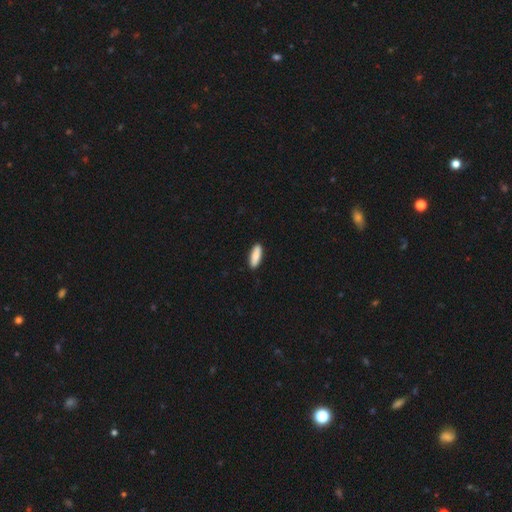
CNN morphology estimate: Smooth or featured?
  - smooth: 85% *
  - featured or disk: 10%
  - star or artifact: 5%
How rounded?
  - in between: 57% *
  - cigar-shaped: 41%
  - round: 2%
Merging?
  - none: 90% *
  - minor disturbance: 7%
  - major disturbance: 1%
  - merger: 1%